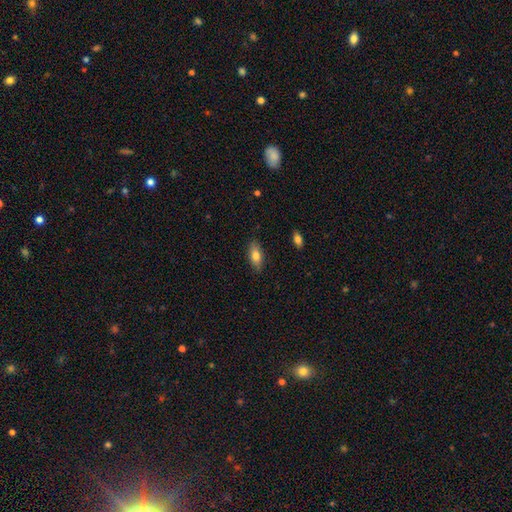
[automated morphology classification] Smooth or featured?
  - smooth: 77% *
  - featured or disk: 16%
  - star or artifact: 7%
How rounded?
  - in between: 82% *
  - cigar-shaped: 15%
  - round: 3%
Merging?
  - none: 85% *
  - minor disturbance: 12%
  - major disturbance: 2%
  - merger: 1%